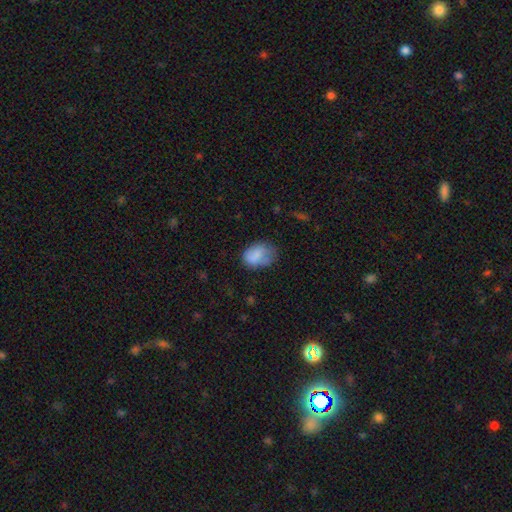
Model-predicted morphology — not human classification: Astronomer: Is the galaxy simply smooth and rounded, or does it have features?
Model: smooth — 78%.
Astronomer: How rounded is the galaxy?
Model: in between — 76%.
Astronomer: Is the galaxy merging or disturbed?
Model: none — 51% (runner-up: minor disturbance, 33%).